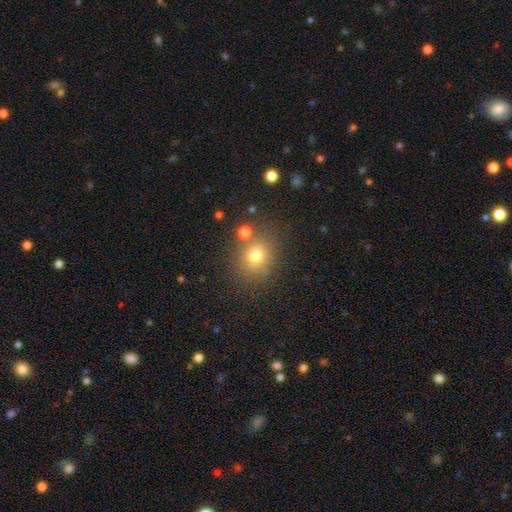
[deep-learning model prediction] Q: Smooth or featured?
A: smooth (73%); runner-up: star or artifact (17%)
Q: How rounded?
A: round (76%); runner-up: in between (23%)
Q: Merging?
A: none (76%); runner-up: minor disturbance (11%)